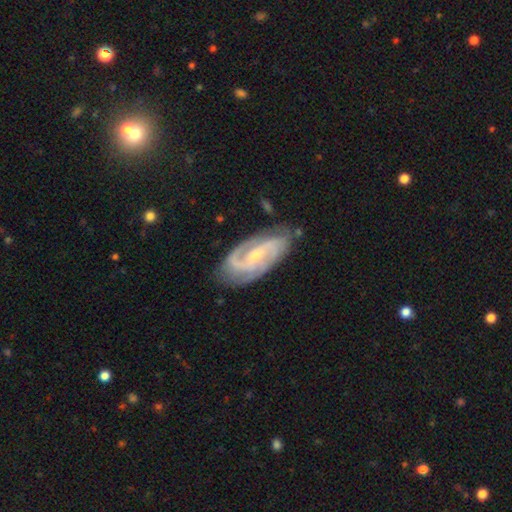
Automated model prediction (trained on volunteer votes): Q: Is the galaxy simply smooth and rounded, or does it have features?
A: featured or disk — 90%.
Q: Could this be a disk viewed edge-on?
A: no — 96%.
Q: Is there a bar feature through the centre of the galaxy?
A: weak — 43%.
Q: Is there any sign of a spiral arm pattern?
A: yes — 98%.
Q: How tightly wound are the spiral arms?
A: medium — 49%.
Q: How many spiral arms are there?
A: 2 — 74%.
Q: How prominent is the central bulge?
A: small — 62%.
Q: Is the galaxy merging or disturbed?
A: none — 76%.